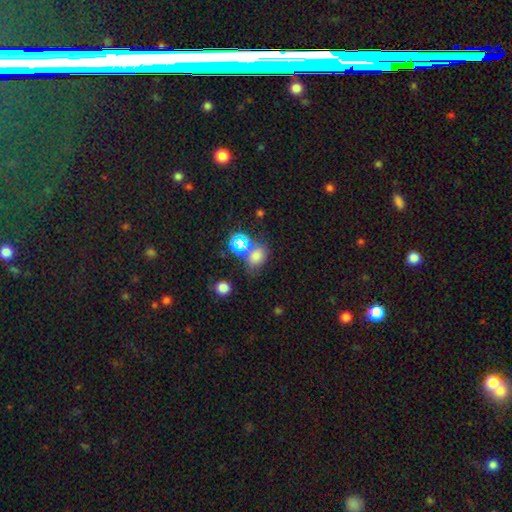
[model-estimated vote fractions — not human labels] This appears to be a smooth galaxy with no disk features (64%) that is in between round and cigar-shaped (59%). Merging: none (54%).